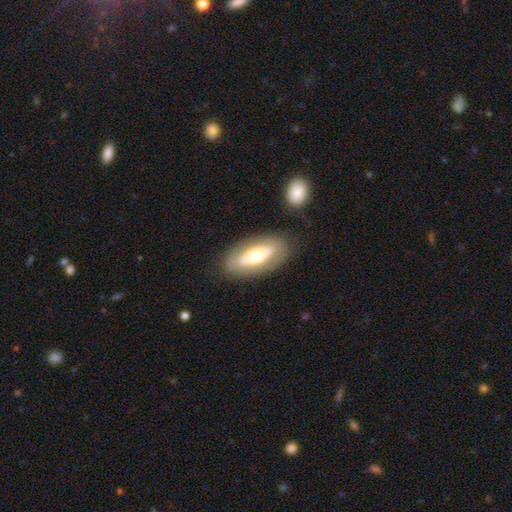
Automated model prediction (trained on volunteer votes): smooth_or_featured: featured or disk (p=0.47) [tied with: smooth p=0.47]
merging: none (p=0.82) [alt: minor disturbance p=0.11]